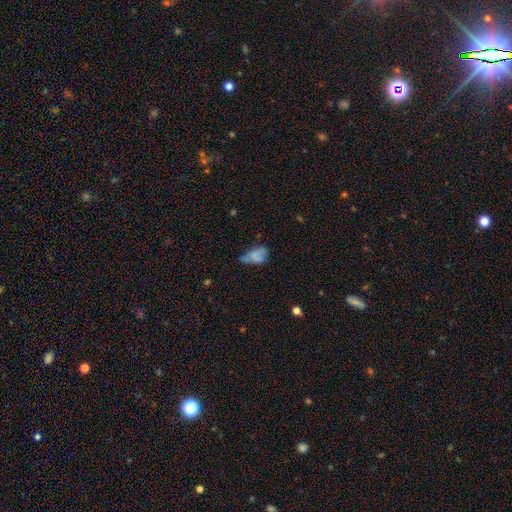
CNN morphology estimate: Smooth or featured: smooth — 62% (featured or disk — 25%)
How rounded: in between — 86% (round — 11%)
Merging: minor disturbance — 32% (none — 27%)